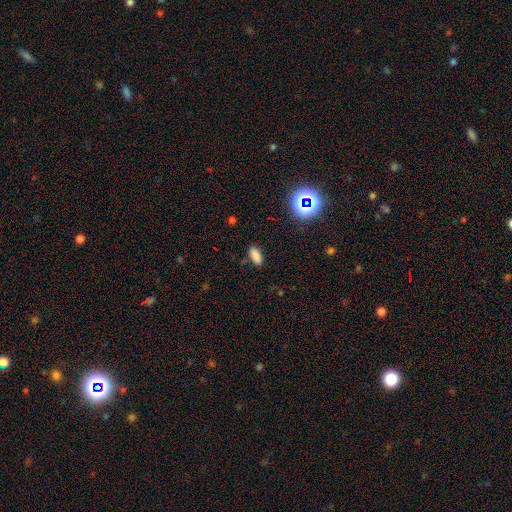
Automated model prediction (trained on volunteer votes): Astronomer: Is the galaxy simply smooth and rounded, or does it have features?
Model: smooth — 82%.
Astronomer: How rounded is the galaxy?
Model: in between — 84%.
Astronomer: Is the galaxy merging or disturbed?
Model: none — 85%.